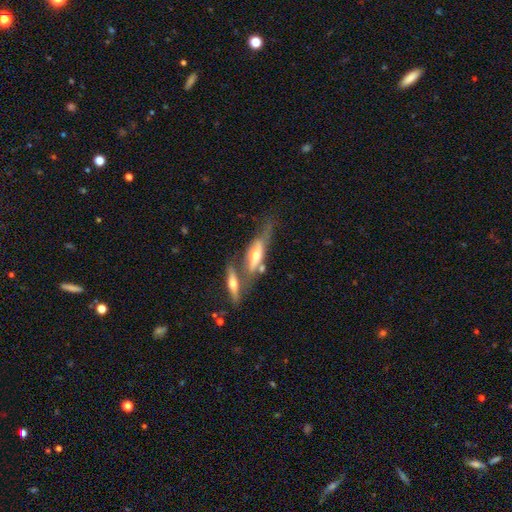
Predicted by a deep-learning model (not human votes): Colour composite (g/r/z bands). It shows a featured or disk galaxy (58%) viewed edge-on (71%). Merging: merger (38%).